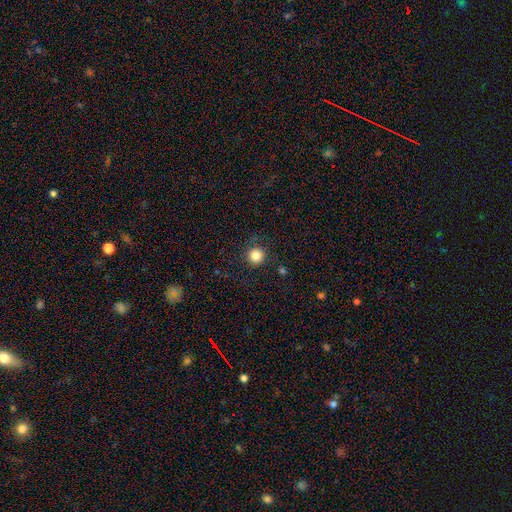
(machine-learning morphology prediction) The model was most divided on "smooth or featured": smooth: 83%, star or artifact: 12%, featured or disk: 5%. More confident: how rounded — round (95%); merging — none (89%).